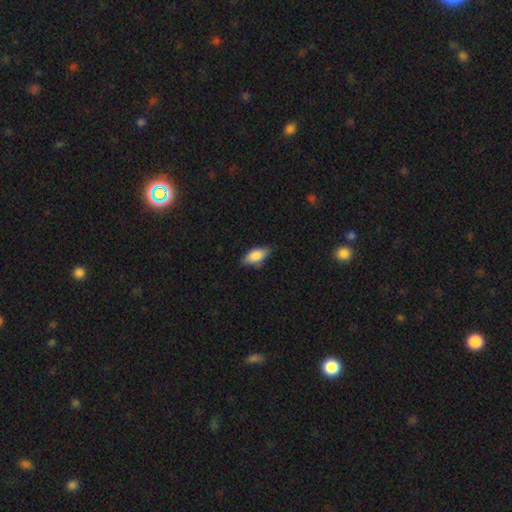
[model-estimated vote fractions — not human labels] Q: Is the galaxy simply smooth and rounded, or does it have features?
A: smooth — 83%.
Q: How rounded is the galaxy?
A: in between — 88%.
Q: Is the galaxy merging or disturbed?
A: none — 74%.